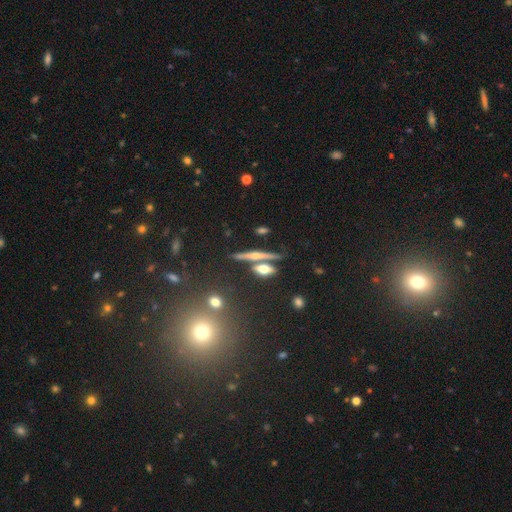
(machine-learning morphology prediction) smooth_or_featured: featured or disk (p=0.57) [alt: smooth p=0.31]
disk_edge_on: yes (p=0.93) [alt: no p=0.07]
edge_on_bulge: rounded (p=0.73) [alt: none p=0.18]
merging: none (p=0.72) [alt: merger p=0.15]